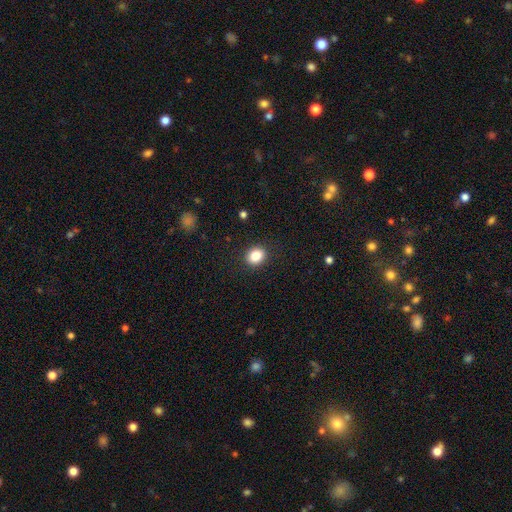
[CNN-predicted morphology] The model was most divided on "how rounded": round: 58%, in between: 41%, cigar-shaped: 1%. More confident: merging — none (89%); smooth or featured — smooth (85%).